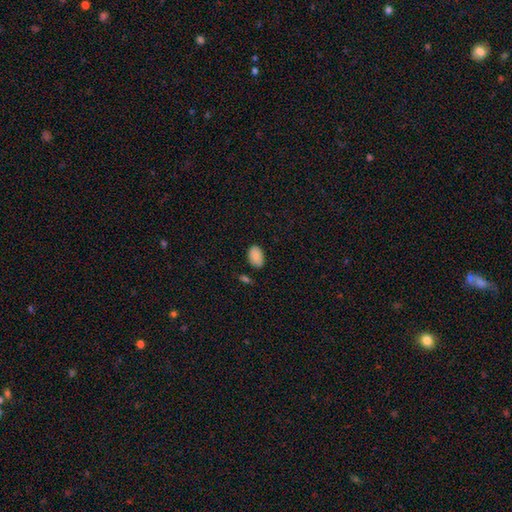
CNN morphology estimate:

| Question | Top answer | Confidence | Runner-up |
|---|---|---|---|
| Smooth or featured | smooth | 88% | star or artifact (7%) |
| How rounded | in between | 92% | round (7%) |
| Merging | none | 77% | minor disturbance (17%) |